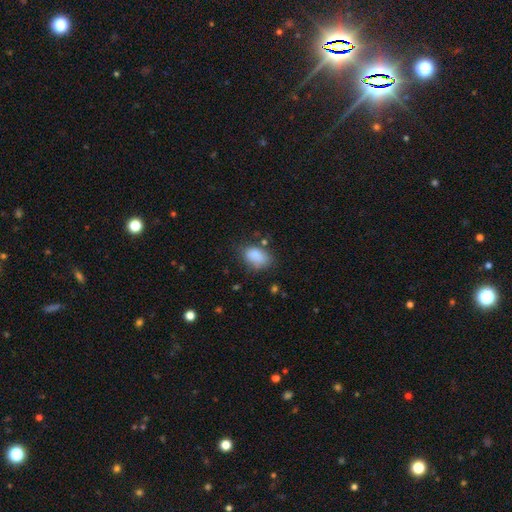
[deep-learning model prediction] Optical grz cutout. It shows a smooth galaxy with no disk features (85%) that is in between round and cigar-shaped (85%). Merging: none (62%).